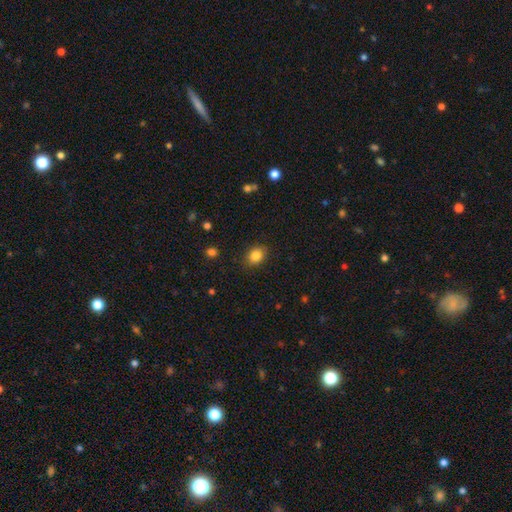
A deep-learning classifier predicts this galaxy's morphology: This appears to be a smooth galaxy with no disk features (84%) that is in between round and cigar-shaped (53%). Merging: none (86%).